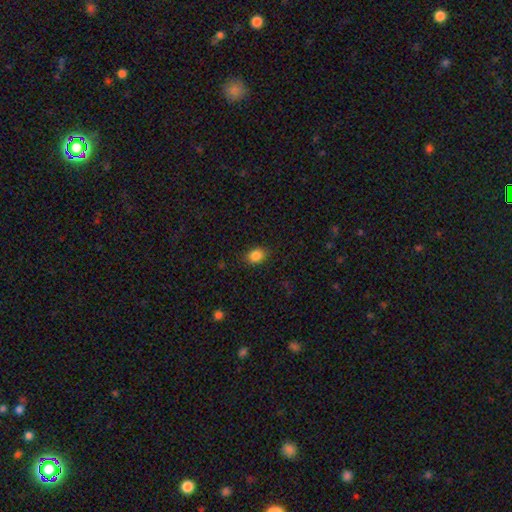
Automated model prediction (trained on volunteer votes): This is clearly a smooth galaxy (86%). How rounded: likely in between (60%). Merging: clearly none (87%).